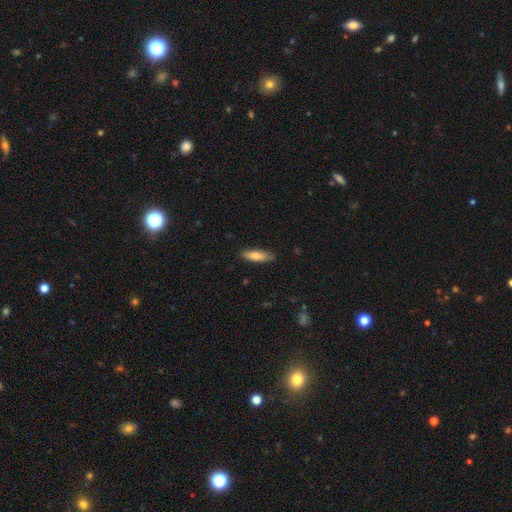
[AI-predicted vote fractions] Smooth or featured?
  - smooth: 77% *
  - featured or disk: 17%
  - star or artifact: 6%
How rounded?
  - cigar-shaped: 55% *
  - in between: 43%
  - round: 2%
Merging?
  - none: 86% *
  - minor disturbance: 11%
  - major disturbance: 2%
  - merger: 1%